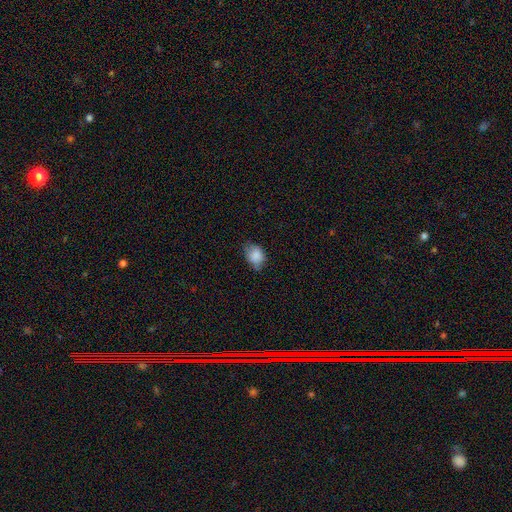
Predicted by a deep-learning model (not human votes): This is clearly a smooth galaxy (84%). How rounded: likely in between (70%). Merging: likely none (61%).